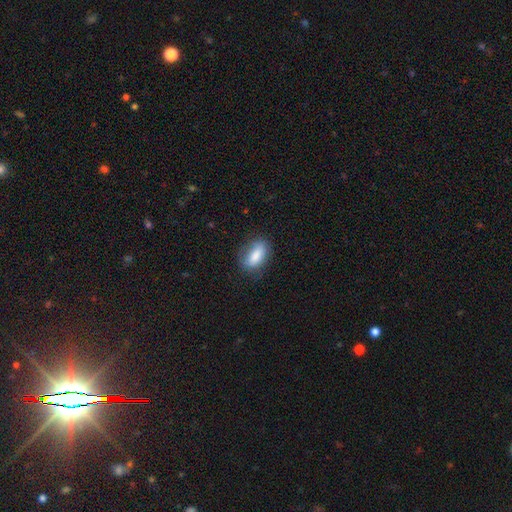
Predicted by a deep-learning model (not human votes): smooth-or-featured: smooth: 82% | featured or disk: 11% | star or artifact: 7%
  how-rounded: in between: 87% | cigar-shaped: 7% | round: 6%
  merging: none: 70% | minor disturbance: 22% | major disturbance: 7% | merger: 1%